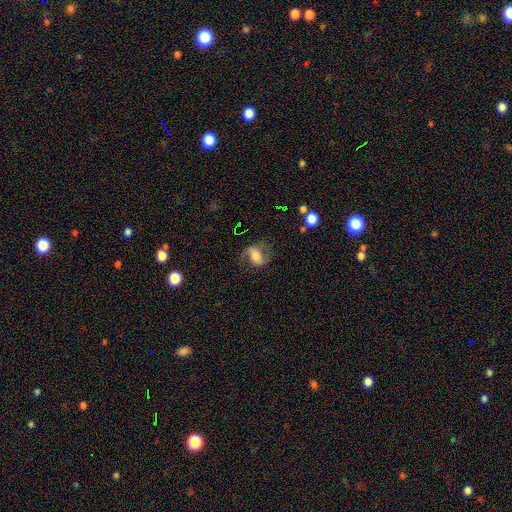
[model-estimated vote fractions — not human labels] A featured or disk galaxy (63%) with a weak bar (39%), 2 (82%) loose (45%) spiral arms (87%) and a moderate central bulge (54%). Merging: none (63%).